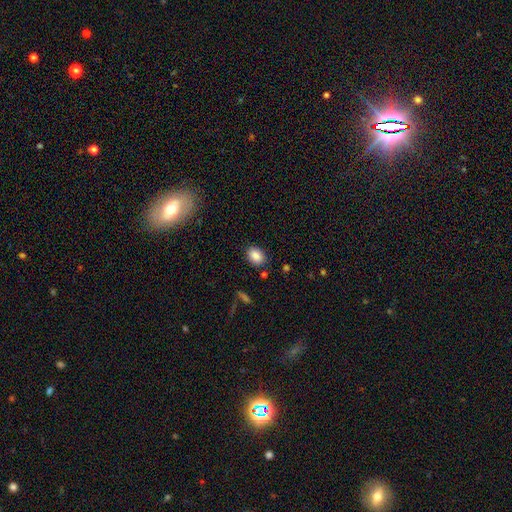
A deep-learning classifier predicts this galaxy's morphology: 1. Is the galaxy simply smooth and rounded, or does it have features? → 86% smooth, 8% star or artifact, 5% featured or disk.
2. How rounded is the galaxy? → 71% in between, 28% round, 1% cigar-shaped.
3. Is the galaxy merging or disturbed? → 84% none, 10% minor disturbance, 3% major disturbance, 2% merger.